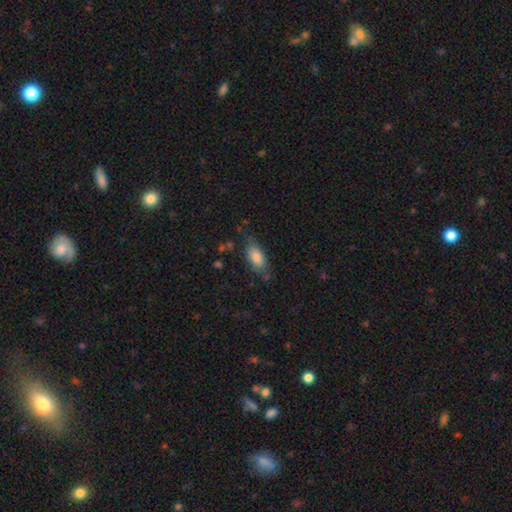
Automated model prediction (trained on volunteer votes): Morphology: type=smooth (80%); roundness=in between (83%); merging=none (67%).